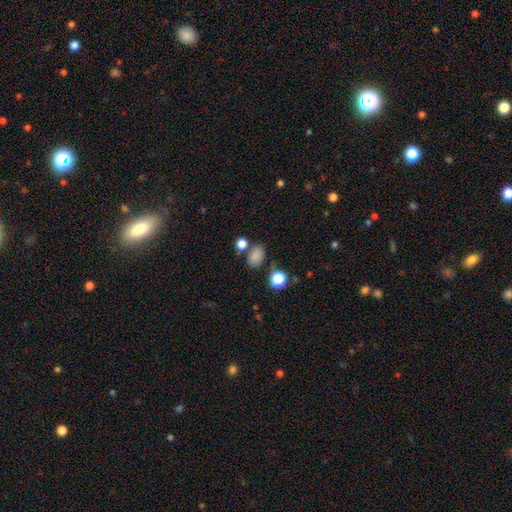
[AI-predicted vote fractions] A smooth galaxy with no disk features (83%) that is in between round and cigar-shaped (77%). Merging: none (69%).